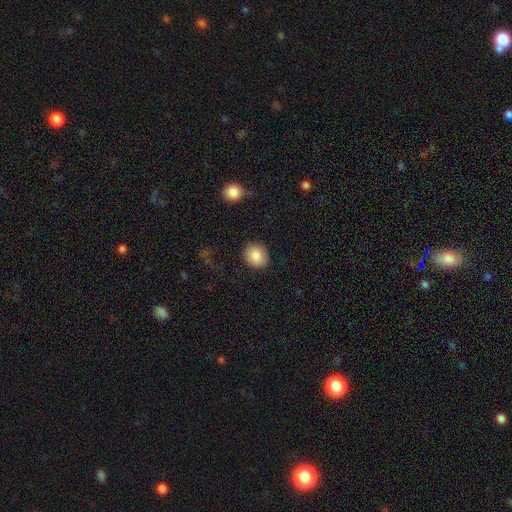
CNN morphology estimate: Overall: smooth (86%). How rounded: round (70%). Merging: none (86%).